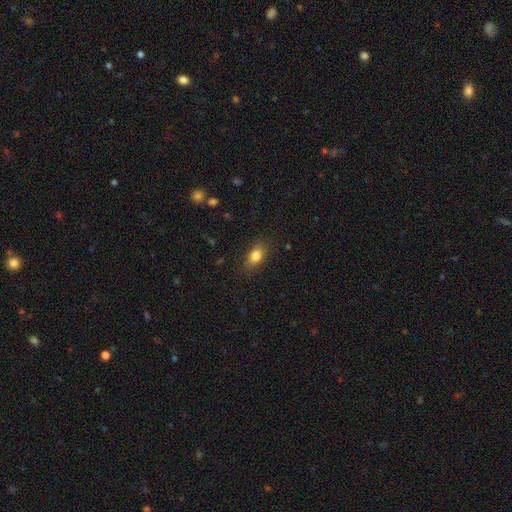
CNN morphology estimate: The model was most divided on "how rounded": in between: 80%, round: 17%, cigar-shaped: 4%. More confident: merging — none (83%); smooth or featured — smooth (83%).